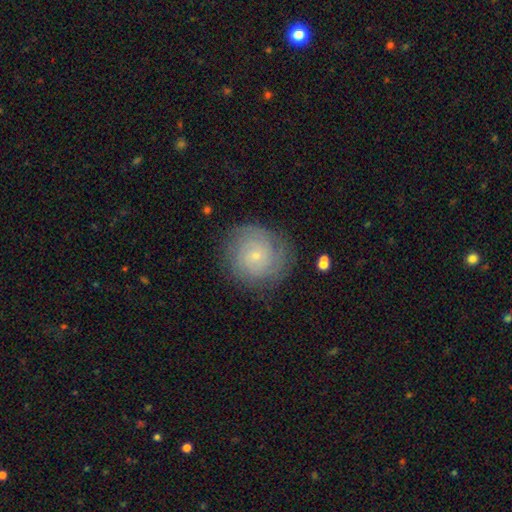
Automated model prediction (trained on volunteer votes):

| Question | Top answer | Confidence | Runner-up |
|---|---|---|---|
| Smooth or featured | featured or disk | 64% | smooth (27%) |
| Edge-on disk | no | 98% | yes (2%) |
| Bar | no | 78% | weak (19%) |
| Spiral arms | yes | 90% | no (10%) |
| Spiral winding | tight | 75% | medium (19%) |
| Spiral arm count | can't tell | 43% | 2 (22%) |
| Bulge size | small | 83% | moderate (13%) |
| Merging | none | 80% | minor disturbance (14%) |